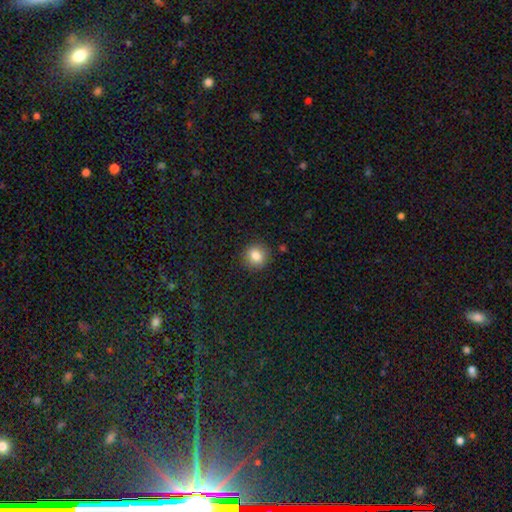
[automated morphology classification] Smooth or featured? Predicted: smooth (p=0.83). How rounded? Predicted: round (p=0.89). Merging? Predicted: none (p=0.90).